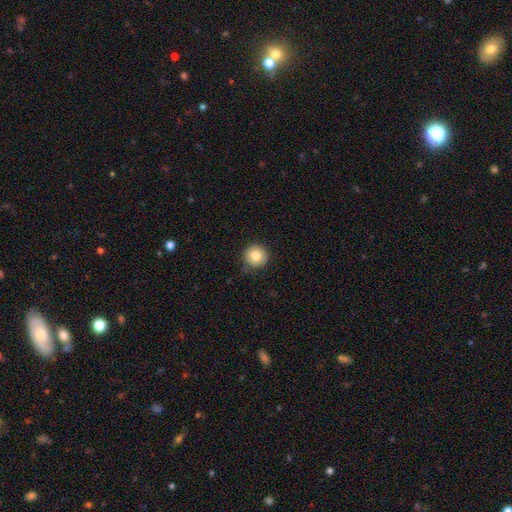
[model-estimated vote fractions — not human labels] smooth_or_featured: smooth (p=0.82) [alt: star or artifact p=0.09]
how_rounded: round (p=0.96) [alt: in between p=0.03]
merging: none (p=0.84) [alt: minor disturbance p=0.12]